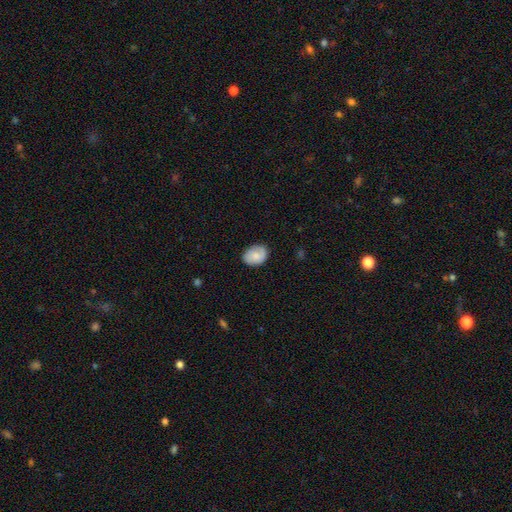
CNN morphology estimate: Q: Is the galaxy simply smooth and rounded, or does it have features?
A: smooth — 71%.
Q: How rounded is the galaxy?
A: in between — 67%.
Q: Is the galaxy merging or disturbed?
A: none — 80%.